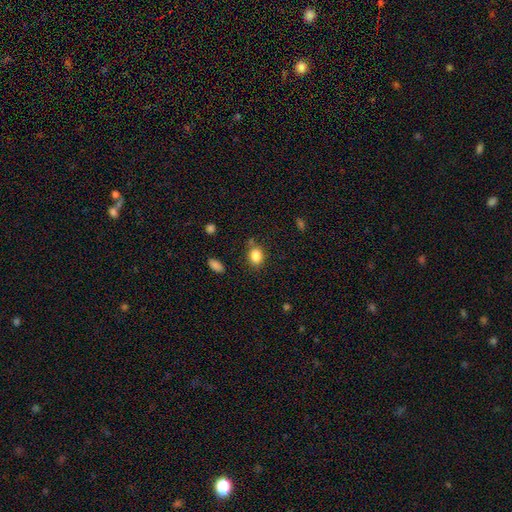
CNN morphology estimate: Overall: smooth (85%). How rounded: in between (59%; round 40%). Merging: none (77%).